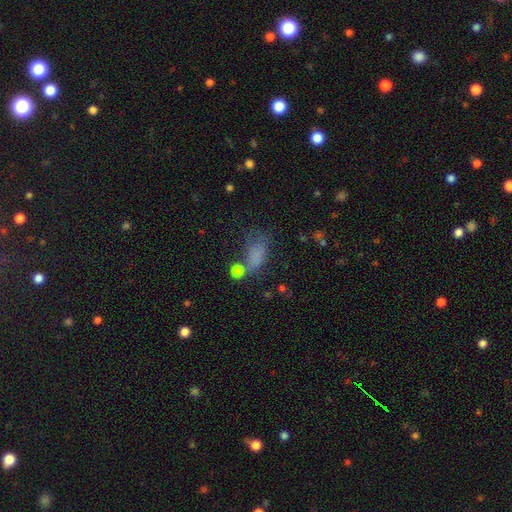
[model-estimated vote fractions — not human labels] A smooth galaxy with no disk features (67%) that is in between round and cigar-shaped (80%). Merging: none (33%).